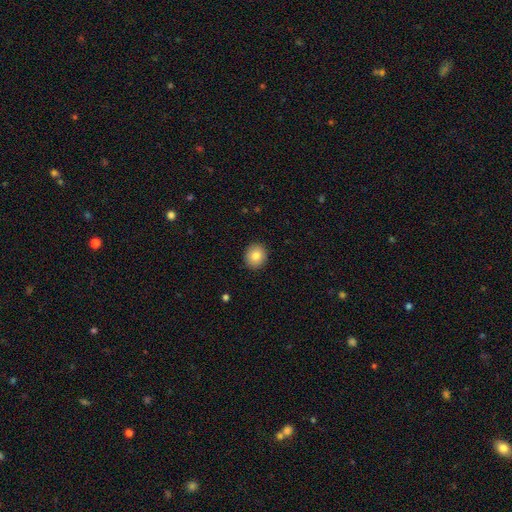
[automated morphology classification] Q: Smooth or featured?
A: smooth (84%); runner-up: star or artifact (9%)
Q: How rounded?
A: round (81%); runner-up: in between (18%)
Q: Merging?
A: none (91%); runner-up: minor disturbance (6%)